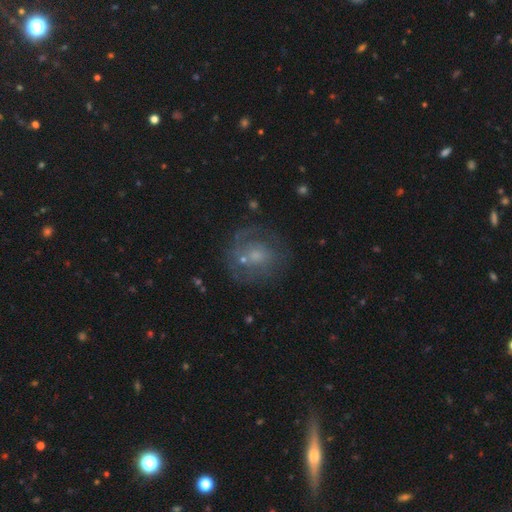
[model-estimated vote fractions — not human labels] Overall: featured or disk (57%; smooth 31%). Edge-on disk: no (97%). Bar: no (75%). Spiral arms: yes (64%; no 36%). Bulge size: small (46%; moderate 36%). Merging: none (63%).